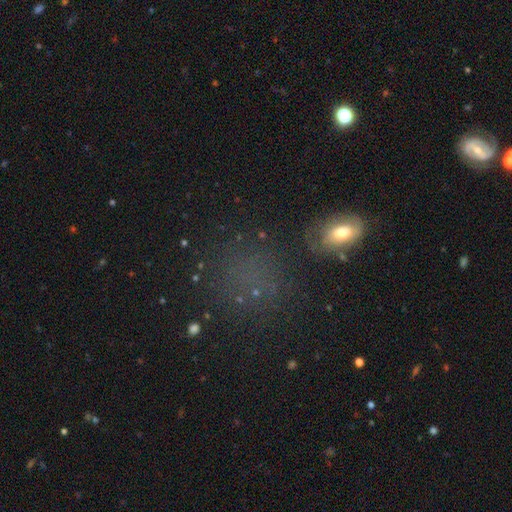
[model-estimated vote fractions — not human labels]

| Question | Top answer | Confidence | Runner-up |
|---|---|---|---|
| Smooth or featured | smooth | 50% | star or artifact (33%) |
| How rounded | round | 60% | in between (37%) |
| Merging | none | 63% | minor disturbance (16%) |